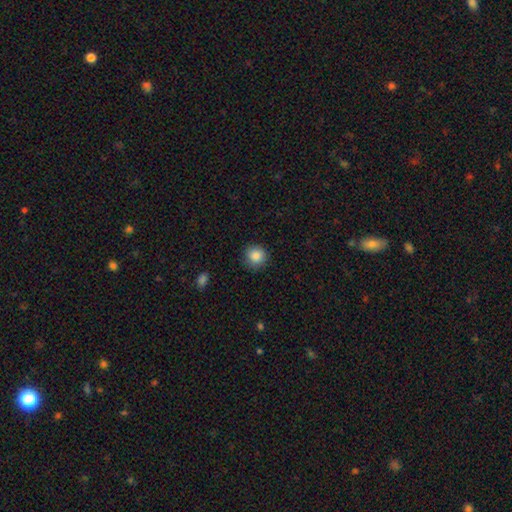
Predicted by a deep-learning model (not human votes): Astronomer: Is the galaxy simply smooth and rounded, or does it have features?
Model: smooth — 87%.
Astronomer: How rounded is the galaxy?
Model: round — 92%.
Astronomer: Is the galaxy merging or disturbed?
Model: none — 87%.